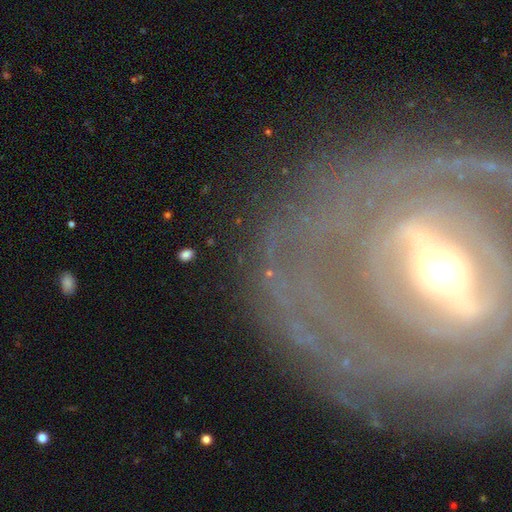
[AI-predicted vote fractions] This appears to be a featured or disk galaxy (83%) with a strong bar (62%), spiral arms (63%) and a moderate central bulge (62%). Merging: none (77%).